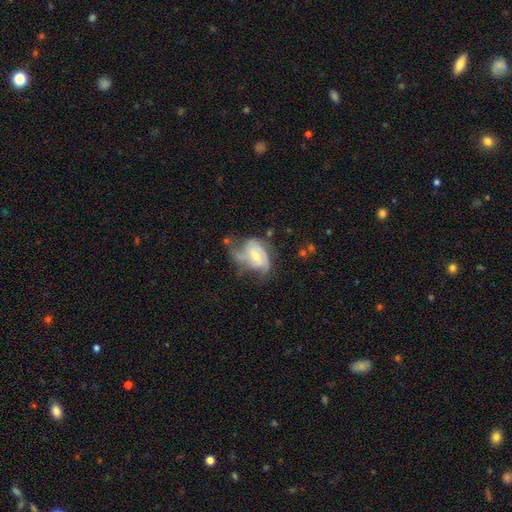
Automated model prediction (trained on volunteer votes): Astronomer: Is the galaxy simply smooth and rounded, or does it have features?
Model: featured or disk — 73%.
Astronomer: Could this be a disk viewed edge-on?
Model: no — 97%.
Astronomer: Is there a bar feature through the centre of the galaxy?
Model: no — 59%.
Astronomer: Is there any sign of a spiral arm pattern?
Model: yes — 84%.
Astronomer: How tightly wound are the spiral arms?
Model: medium — 41% (runner-up: tight, 32%).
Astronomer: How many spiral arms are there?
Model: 2 — 36% (runner-up: can't tell, 25%).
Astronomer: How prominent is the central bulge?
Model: moderate — 52% (runner-up: small, 43%).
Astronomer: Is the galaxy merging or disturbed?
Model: major disturbance — 34% (runner-up: none, 32%).